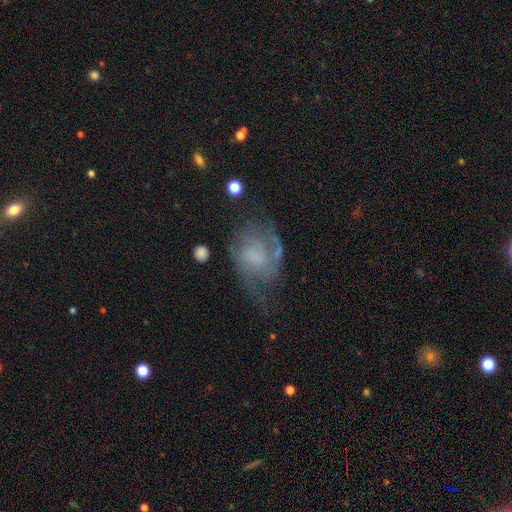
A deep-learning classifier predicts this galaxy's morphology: smooth-or-featured: featured or disk: 64% | smooth: 27% | star or artifact: 10%
  disk-edge-on: no: 97% | yes: 3%
    bar: no: 68% | weak: 27% | strong: 5%
    has-spiral-arms: yes: 74% | no: 26%
    bulge-size: none: 48% | small: 20% | moderate: 19% | large: 10% | dominant: 2%
  merging: none: 44% | major disturbance: 27% | minor disturbance: 25% | merger: 4%